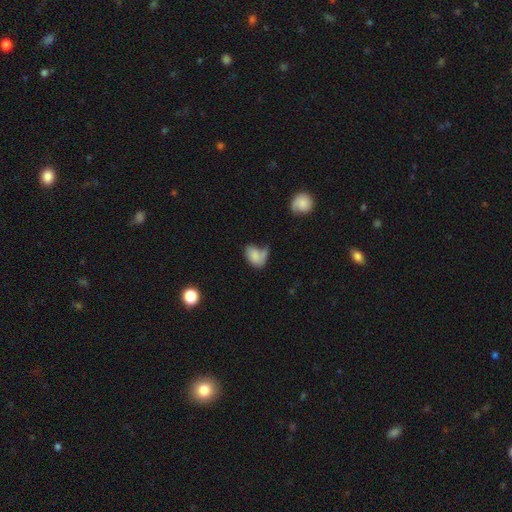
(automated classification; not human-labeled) Overall: smooth (75%). How rounded: in between (82%). Merging: none (30%; minor disturbance 24%).